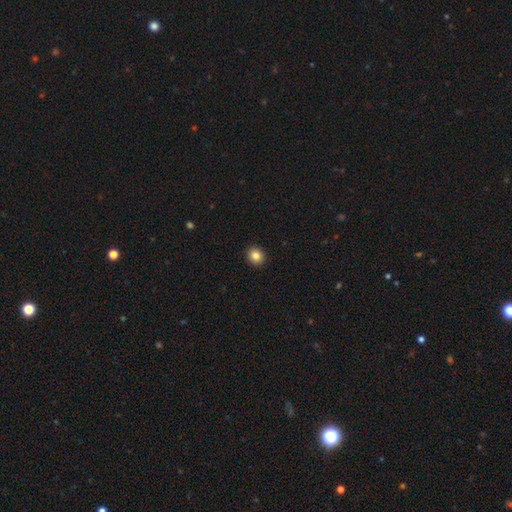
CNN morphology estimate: Smooth or featured?
  - smooth: 84% *
  - star or artifact: 10%
  - featured or disk: 6%
How rounded?
  - round: 84% *
  - in between: 15%
  - cigar-shaped: 1%
Merging?
  - none: 93% *
  - minor disturbance: 5%
  - major disturbance: 1%
  - merger: 1%